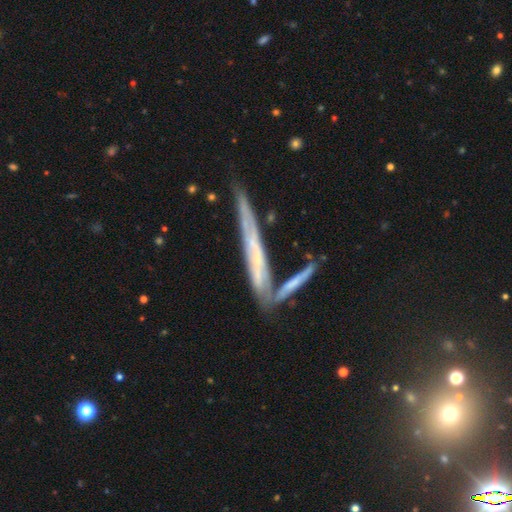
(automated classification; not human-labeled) A featured or disk galaxy (65%) viewed edge-on (80%) with no central bulge (75%). Merging: none (51%).